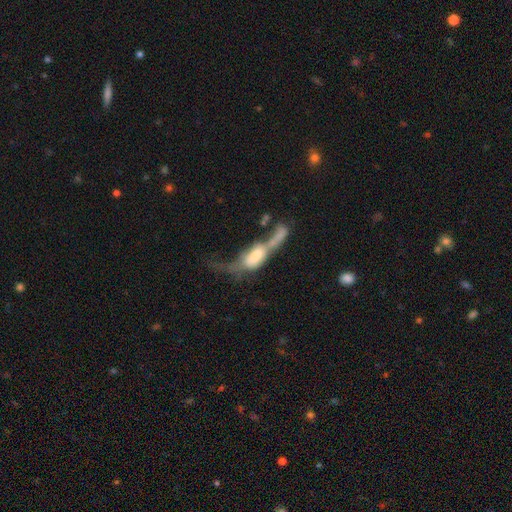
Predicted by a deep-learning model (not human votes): Q: Smooth or featured?
A: featured or disk (51%); runner-up: smooth (37%)
Q: Edge-on disk?
A: no (63%); runner-up: yes (37%)
Q: Merging?
A: merger (39%); runner-up: major disturbance (36%)